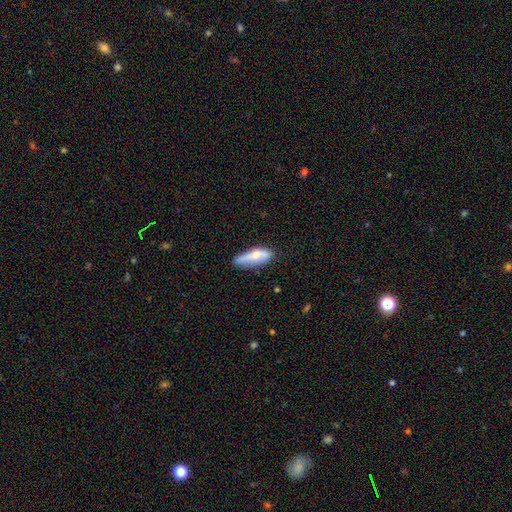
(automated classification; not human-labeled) Q: Smooth or featured?
A: smooth (63%); runner-up: featured or disk (31%)
Q: How rounded?
A: in between (54%); runner-up: cigar-shaped (44%)
Q: Merging?
A: none (56%); runner-up: minor disturbance (31%)